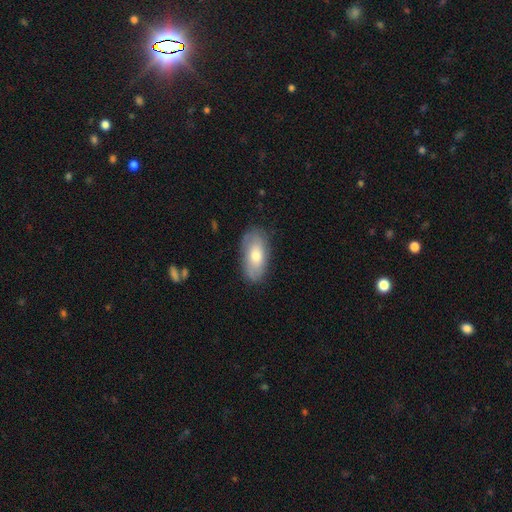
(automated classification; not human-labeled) smooth-or-featured: smooth: 62% | featured or disk: 32% | star or artifact: 6%
  how-rounded: in between: 90% | cigar-shaped: 6% | round: 3%
  merging: none: 78% | minor disturbance: 17% | major disturbance: 4% | merger: 1%